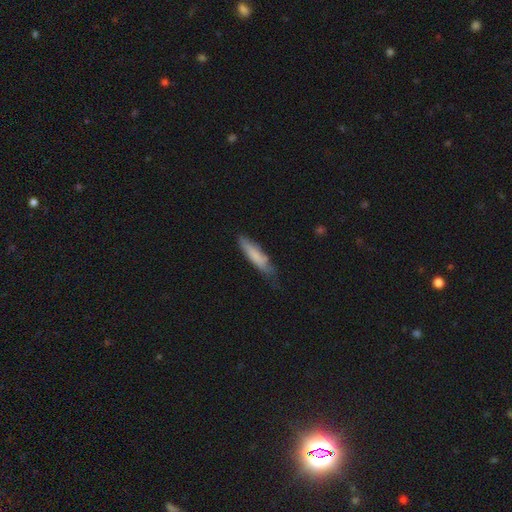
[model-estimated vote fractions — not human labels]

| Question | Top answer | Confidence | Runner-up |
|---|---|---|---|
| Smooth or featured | smooth | 78% | featured or disk (16%) |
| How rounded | cigar-shaped | 78% | in between (21%) |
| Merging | none | 64% | minor disturbance (29%) |